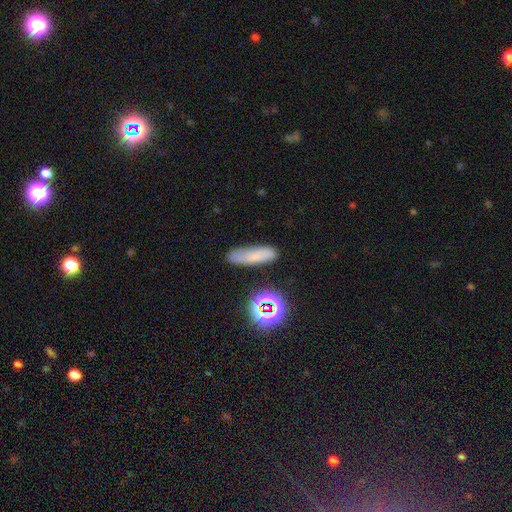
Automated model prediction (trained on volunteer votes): The model was most divided on "how rounded": cigar-shaped: 63%, in between: 31%, round: 6%. More confident: merging — none (75%); smooth or featured — smooth (70%).